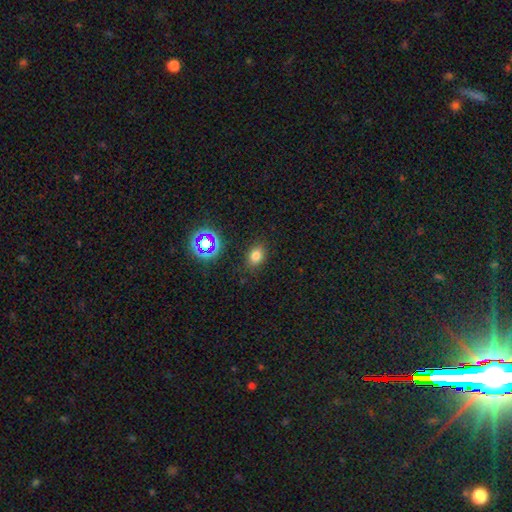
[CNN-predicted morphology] A smooth galaxy with no disk features (74%) that is in between round and cigar-shaped (65%). Merging: none (85%).